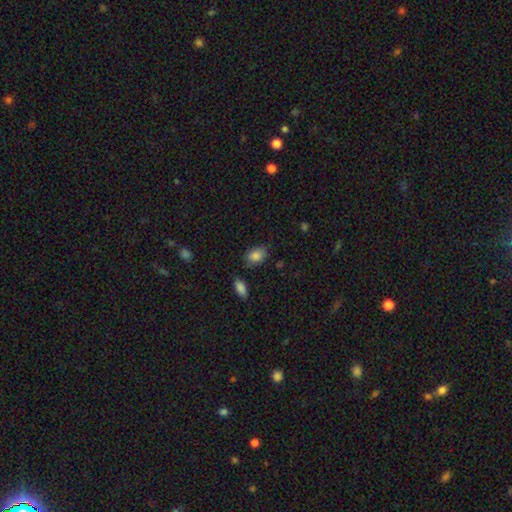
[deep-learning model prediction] Smooth or featured: smooth — 85% (star or artifact — 8%)
How rounded: in between — 81% (round — 18%)
Merging: none — 74% (minor disturbance — 19%)